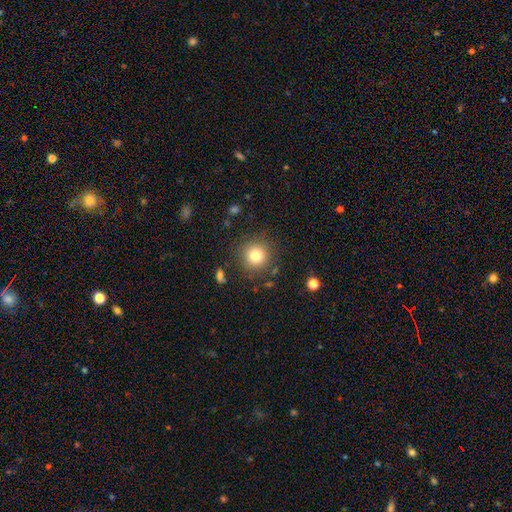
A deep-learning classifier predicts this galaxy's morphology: Smooth or featured? Predicted: smooth (p=0.79). How rounded? Predicted: round (p=0.93). Merging? Predicted: none (p=0.86).